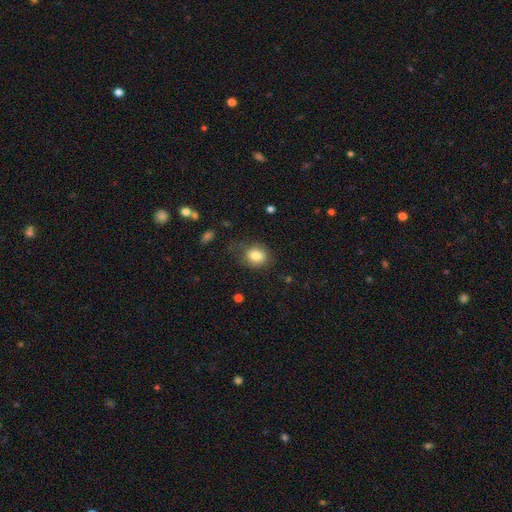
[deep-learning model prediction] Smooth or featured? smooth (81%)
How rounded? round (70%)
Merging? none (71%)